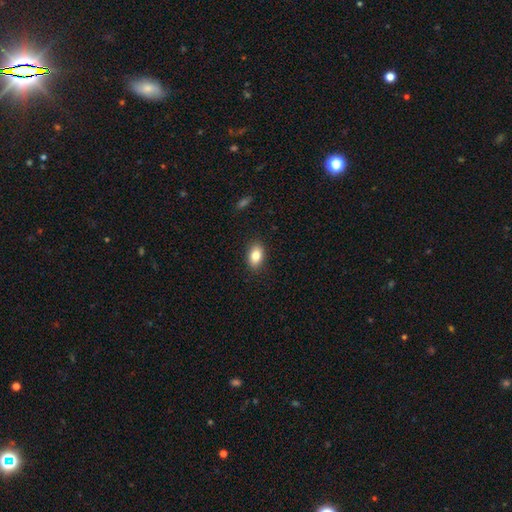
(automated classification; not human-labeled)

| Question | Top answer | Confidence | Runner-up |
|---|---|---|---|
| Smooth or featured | smooth | 83% | featured or disk (9%) |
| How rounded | in between | 88% | round (10%) |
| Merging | none | 88% | minor disturbance (9%) |